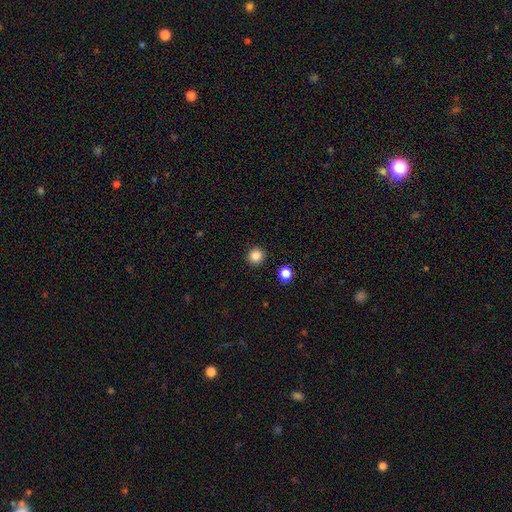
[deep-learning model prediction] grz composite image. It shows a smooth galaxy with no disk features (86%) that is round (94%). Merging: none (91%).